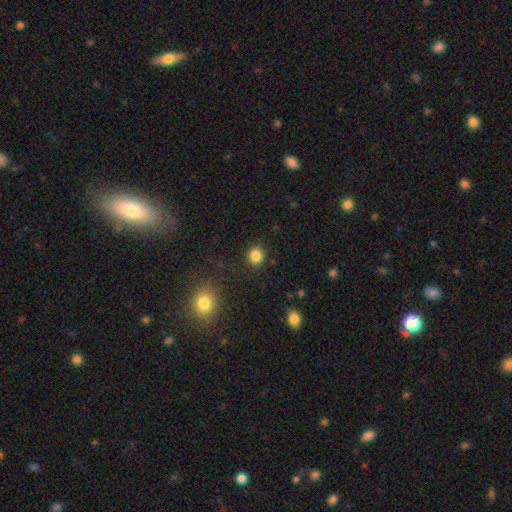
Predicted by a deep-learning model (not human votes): A smooth galaxy with no disk features (84%) that is round (87%). Merging: none (89%).